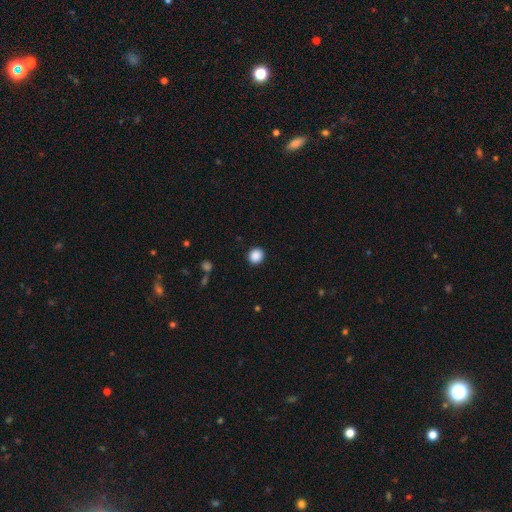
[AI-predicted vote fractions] Overall: smooth (89%). How rounded: round (86%). Merging: none (92%).